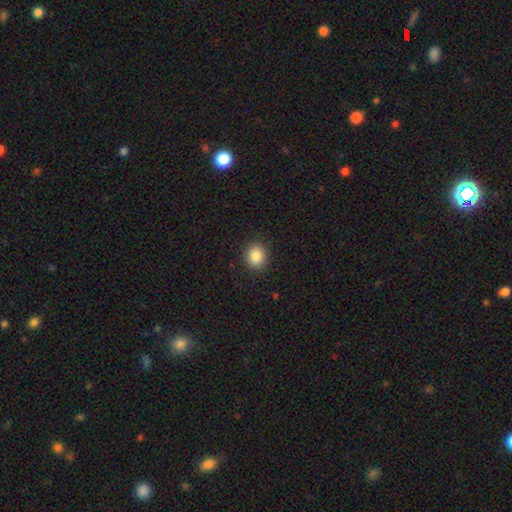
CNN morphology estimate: Smooth or featured?
  - smooth: 86% *
  - star or artifact: 10%
  - featured or disk: 4%
How rounded?
  - round: 73% *
  - in between: 26%
  - cigar-shaped: 1%
Merging?
  - none: 90% *
  - minor disturbance: 7%
  - major disturbance: 2%
  - merger: 1%